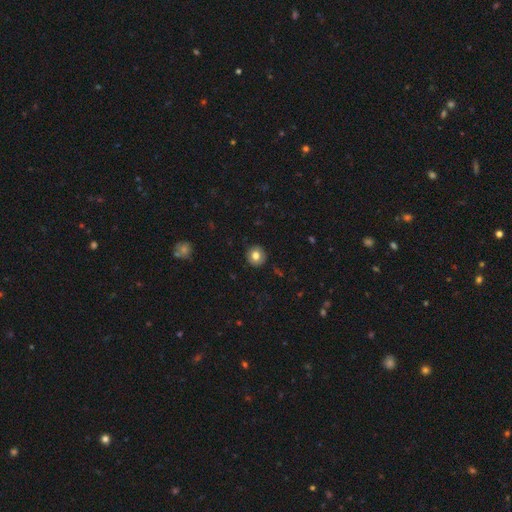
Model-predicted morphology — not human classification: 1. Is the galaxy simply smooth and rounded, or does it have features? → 78% smooth, 13% featured or disk, 9% star or artifact.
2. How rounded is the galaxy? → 92% round, 7% in between, 1% cigar-shaped.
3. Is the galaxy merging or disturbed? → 90% none, 7% minor disturbance, 2% major disturbance, 1% merger.